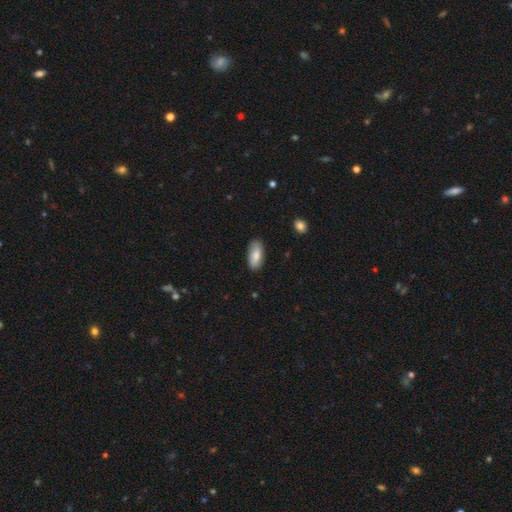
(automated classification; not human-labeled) Morphology: type=smooth (83%); roundness=in between (89%); merging=none (85%).